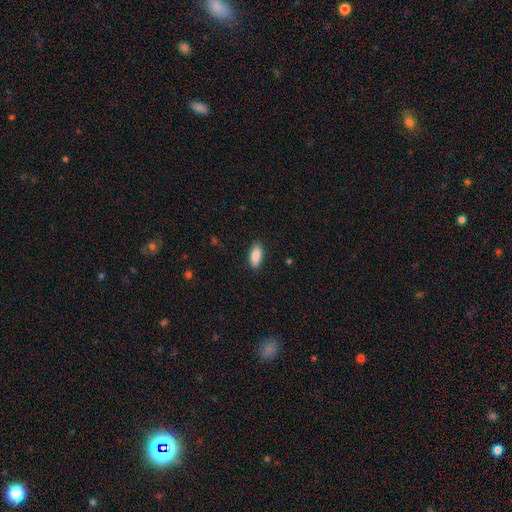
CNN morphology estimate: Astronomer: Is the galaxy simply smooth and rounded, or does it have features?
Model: smooth — 89%.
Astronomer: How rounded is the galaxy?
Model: in between — 84%.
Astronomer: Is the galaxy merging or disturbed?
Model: none — 89%.